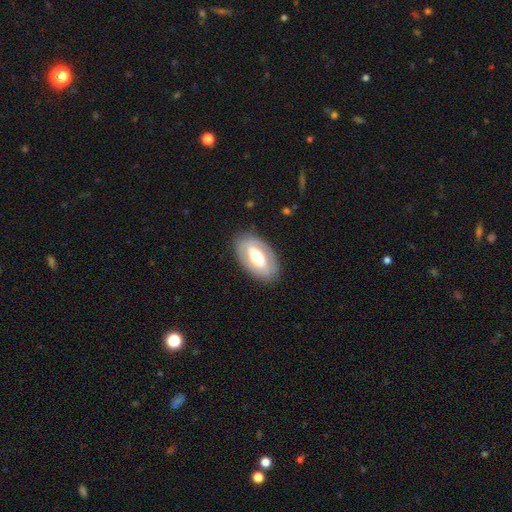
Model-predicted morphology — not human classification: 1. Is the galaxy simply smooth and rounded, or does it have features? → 50% featured or disk, 44% smooth, 6% star or artifact.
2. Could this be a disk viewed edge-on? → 88% no, 12% yes.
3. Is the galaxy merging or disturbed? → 82% none, 12% minor disturbance, 5% major disturbance, 1% merger.